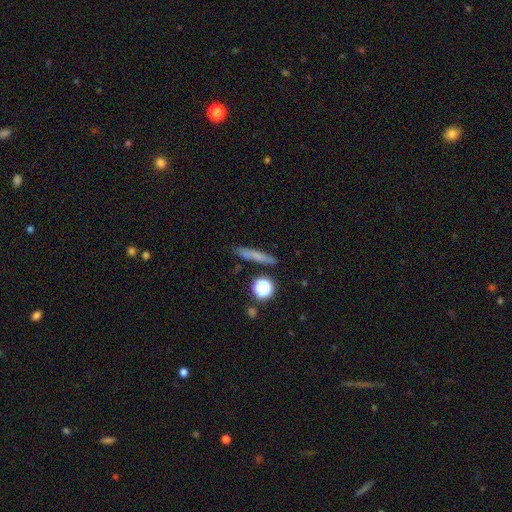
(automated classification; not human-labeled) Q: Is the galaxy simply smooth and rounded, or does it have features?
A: smooth — 61%.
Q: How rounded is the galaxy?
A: cigar-shaped — 81%.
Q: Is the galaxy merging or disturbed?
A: none — 81%.